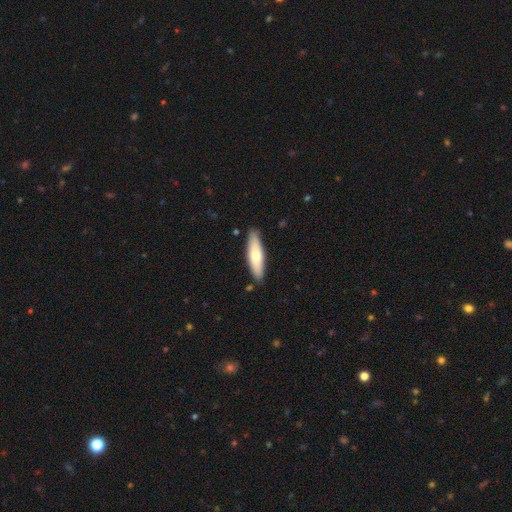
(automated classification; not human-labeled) A smooth galaxy with no disk features (65%) that is cigar-shaped (63%).

Vote fractions:
- Smooth or featured? smooth: 65% / featured or disk: 30% / star or artifact: 5%
- How rounded? cigar-shaped: 63% / in between: 36% / round: 2%
- Merging? none: 87% / minor disturbance: 9% / merger: 2% / major disturbance: 2%